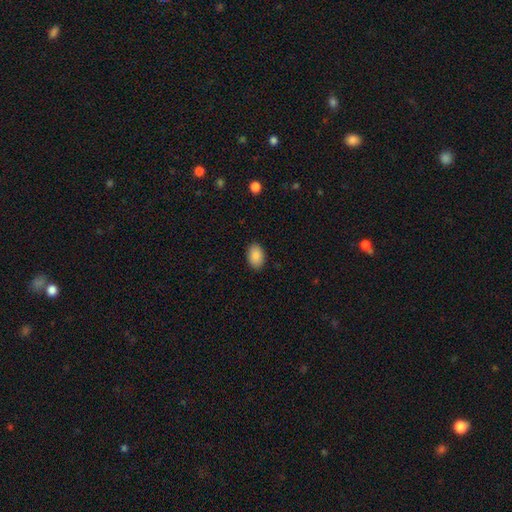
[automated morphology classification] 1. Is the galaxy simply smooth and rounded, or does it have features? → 88% smooth, 7% star or artifact, 4% featured or disk.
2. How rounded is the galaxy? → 86% in between, 13% round, 1% cigar-shaped.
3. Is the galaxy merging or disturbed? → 89% none, 8% minor disturbance, 2% major disturbance, 1% merger.